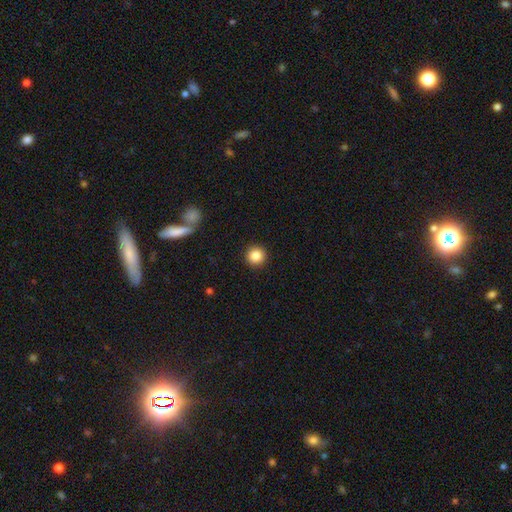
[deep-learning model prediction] This is clearly a smooth galaxy (85%). How rounded: clearly round (95%). Merging: clearly none (93%).